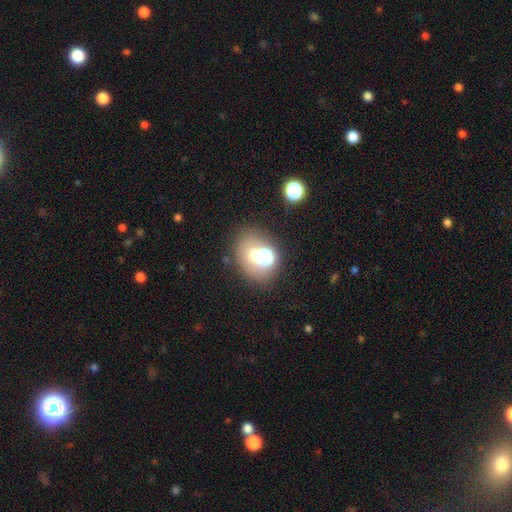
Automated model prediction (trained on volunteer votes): Smooth or featured: smooth — 54% (star or artifact — 25%)
How rounded: round — 62% (in between — 37%)
Merging: none — 56% (merger — 22%)